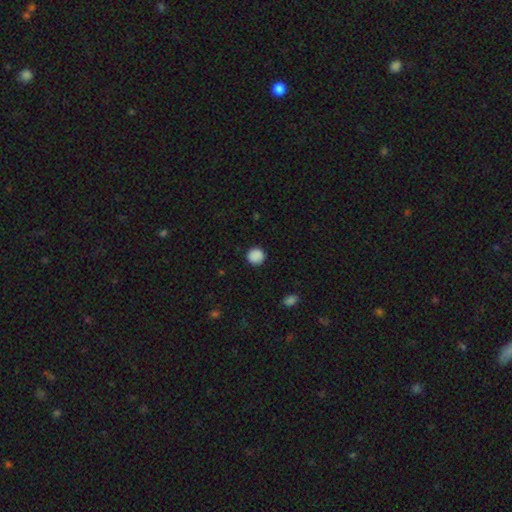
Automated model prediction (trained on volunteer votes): Morphology: type=smooth (89%); roundness=round (93%); merging=none (91%).